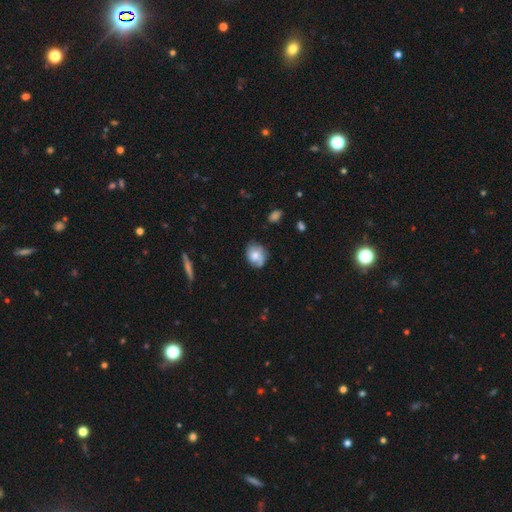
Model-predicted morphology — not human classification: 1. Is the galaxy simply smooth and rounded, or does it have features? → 56% smooth, 36% featured or disk, 8% star or artifact.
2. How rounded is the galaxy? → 52% round, 47% in between, 1% cigar-shaped.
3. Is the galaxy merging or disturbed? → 63% none, 27% minor disturbance, 8% major disturbance, 2% merger.